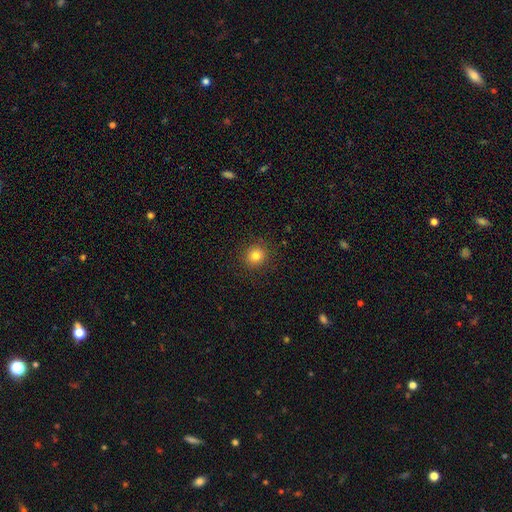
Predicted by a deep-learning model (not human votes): smooth_or_featured: smooth (p=0.81) [alt: star or artifact p=0.13]
how_rounded: round (p=0.91) [alt: in between p=0.08]
merging: none (p=0.91) [alt: minor disturbance p=0.06]